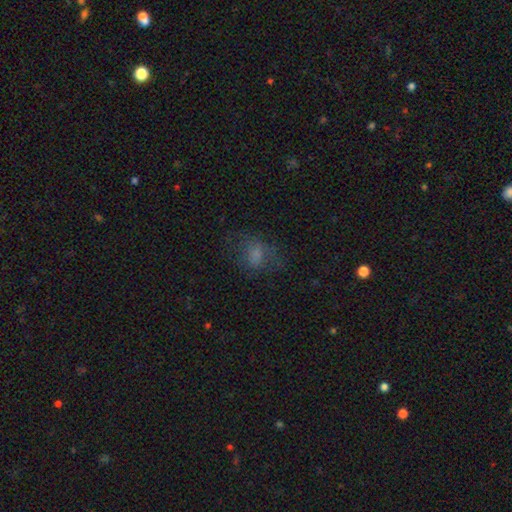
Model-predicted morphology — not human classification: Q: Smooth or featured?
A: smooth (63%); runner-up: featured or disk (19%)
Q: How rounded?
A: in between (60%); runner-up: round (37%)
Q: Merging?
A: none (54%); runner-up: major disturbance (23%)